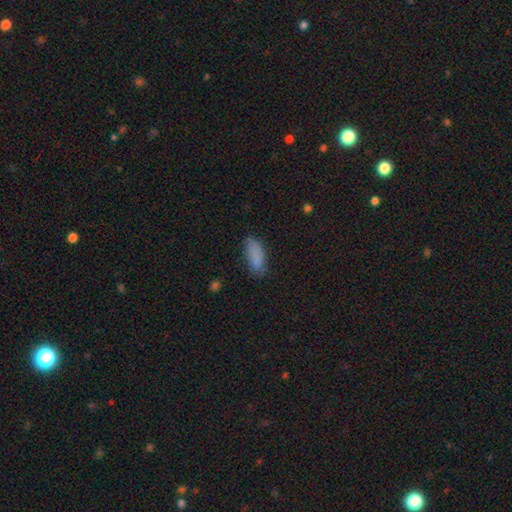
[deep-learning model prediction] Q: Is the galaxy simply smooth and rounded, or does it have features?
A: smooth — 84%.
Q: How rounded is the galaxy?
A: in between — 77%.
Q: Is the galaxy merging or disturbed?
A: none — 64%.